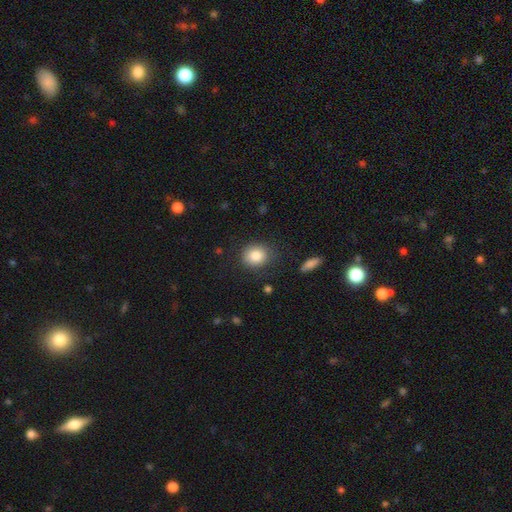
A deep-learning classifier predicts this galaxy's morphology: The model was most divided on "how rounded": round: 72%, in between: 27%, cigar-shaped: 1%. More confident: smooth or featured — smooth (85%); merging — none (81%).